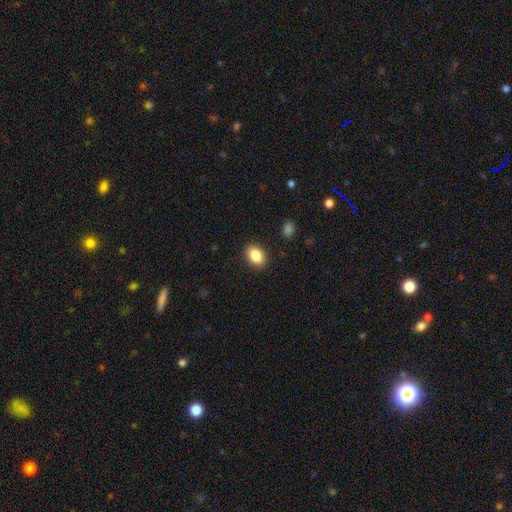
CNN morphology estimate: Smooth or featured: smooth — 86% (star or artifact — 8%)
How rounded: in between — 79% (round — 20%)
Merging: none — 89% (minor disturbance — 8%)